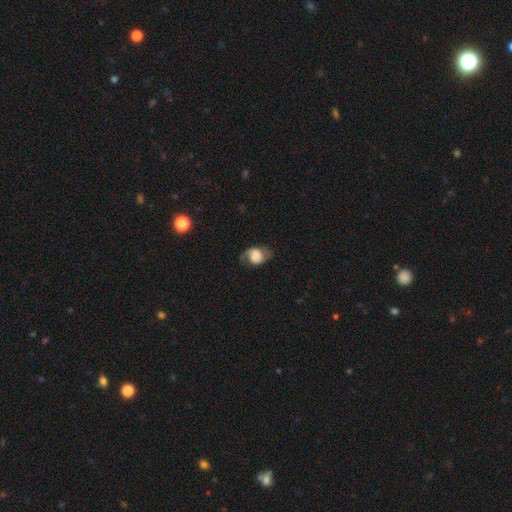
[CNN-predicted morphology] smooth 46%, featured or disk 45%, star or artifact 9%. Down the decision tree: merging — none (56%).